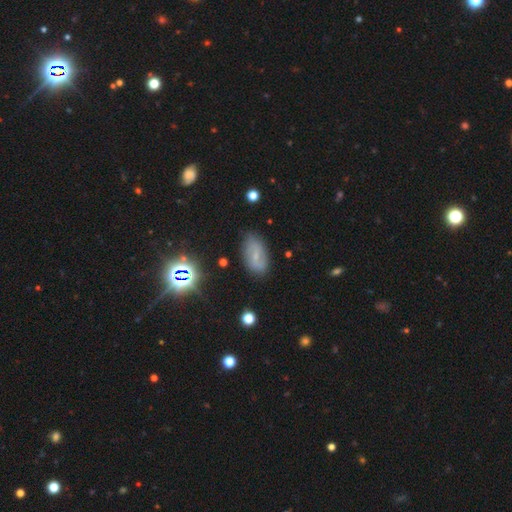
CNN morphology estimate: Smooth or featured: featured or disk — 43% (smooth — 41%)
Merging: none — 75% (minor disturbance — 18%)